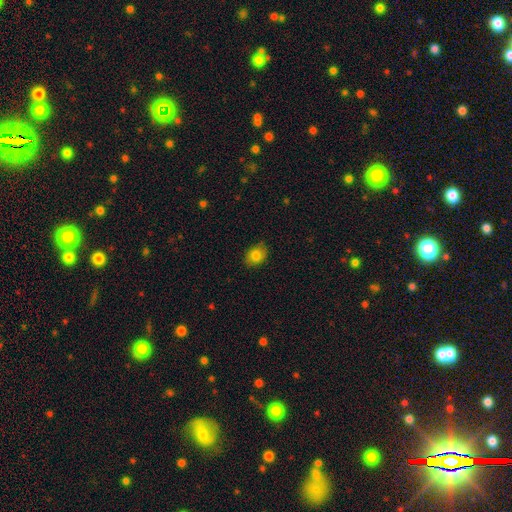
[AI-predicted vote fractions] This is clearly a smooth galaxy (81%). How rounded: likely in between (61%). Merging: clearly none (81%).